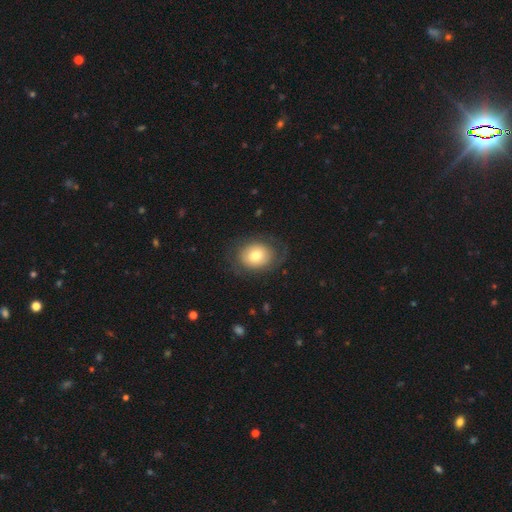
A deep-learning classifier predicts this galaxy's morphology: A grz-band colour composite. It shows a smooth galaxy with no disk features (62%) that is in between round and cigar-shaped (53%). Merging: none (70%).